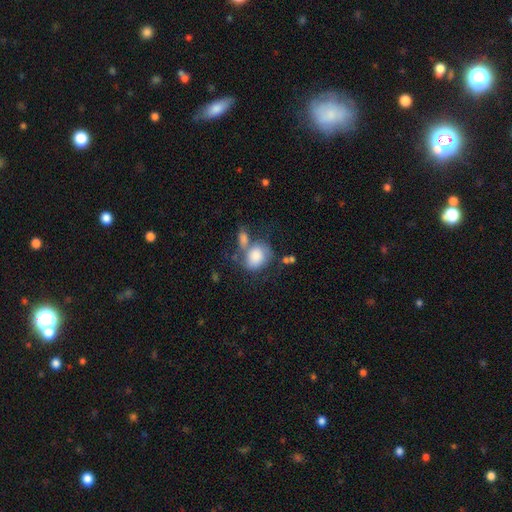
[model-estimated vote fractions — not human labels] Smooth or featured?
  - smooth: 76% *
  - featured or disk: 16%
  - star or artifact: 7%
How rounded?
  - in between: 55% *
  - round: 44%
  - cigar-shaped: 1%
Merging?
  - merger: 34% * (tied)
  - none: 34% * (tied)
  - minor disturbance: 19%
  - major disturbance: 13%